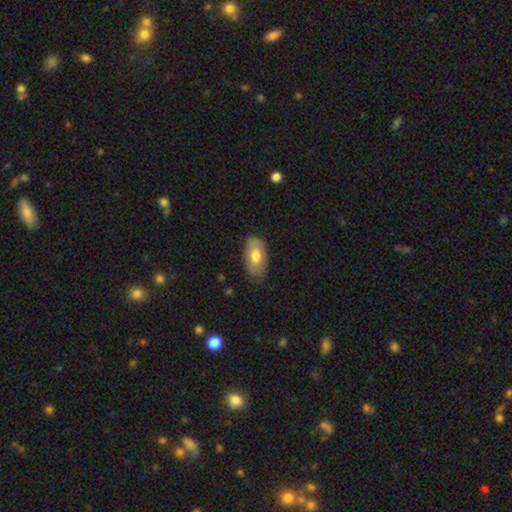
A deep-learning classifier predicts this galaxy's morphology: The model was most divided on "smooth or featured": smooth: 70%, featured or disk: 24%, star or artifact: 6%. More confident: how rounded — in between (93%); merging — none (72%).